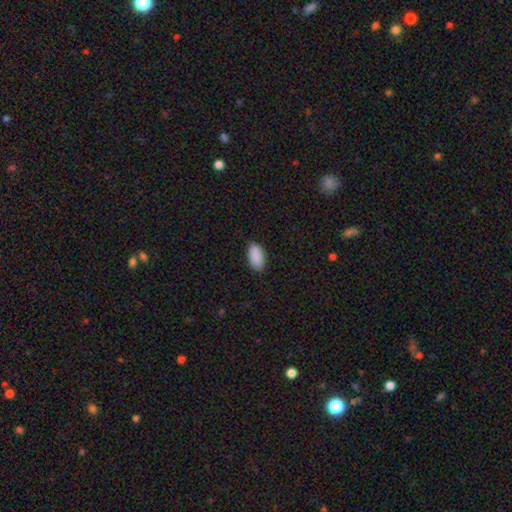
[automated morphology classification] The model was most divided on "merging": none: 85%, minor disturbance: 12%, major disturbance: 2%, merger: 1%. More confident: how rounded — in between (95%); smooth or featured — smooth (91%).